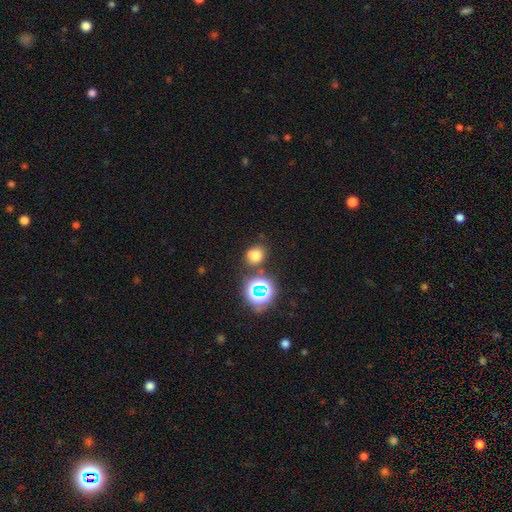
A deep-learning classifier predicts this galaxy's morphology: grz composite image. It shows a smooth galaxy with no disk features (68%) that is round (57%). Merging: none (67%).